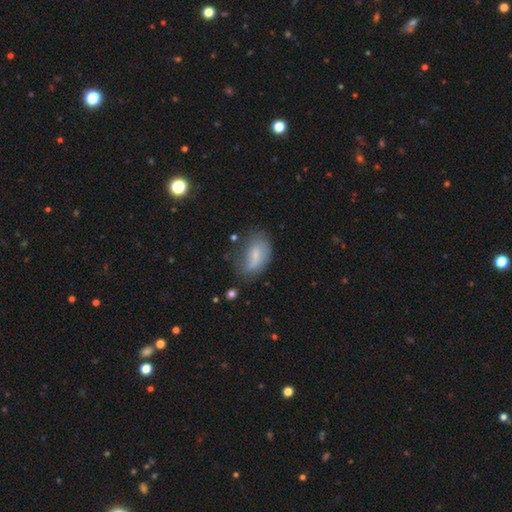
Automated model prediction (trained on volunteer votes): smooth-or-featured: smooth: 65% | featured or disk: 26% | star or artifact: 9%
  how-rounded: in between: 86% | cigar-shaped: 8% | round: 6%
  merging: none: 46% | minor disturbance: 33% | major disturbance: 17% | merger: 4%